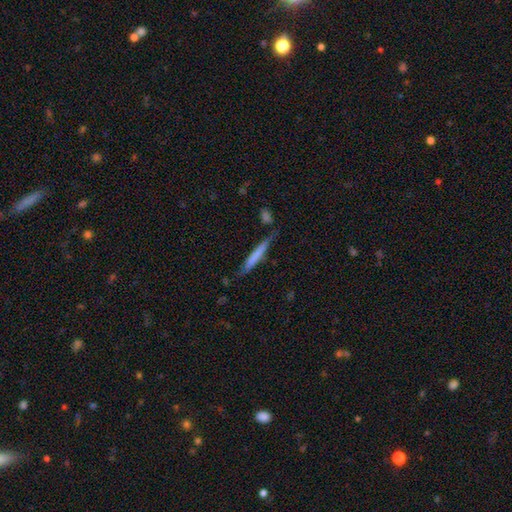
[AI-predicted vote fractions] smooth 64%, featured or disk 30%, star or artifact 6%. Down the decision tree: how rounded — cigar-shaped (94%); merging — none (70%).